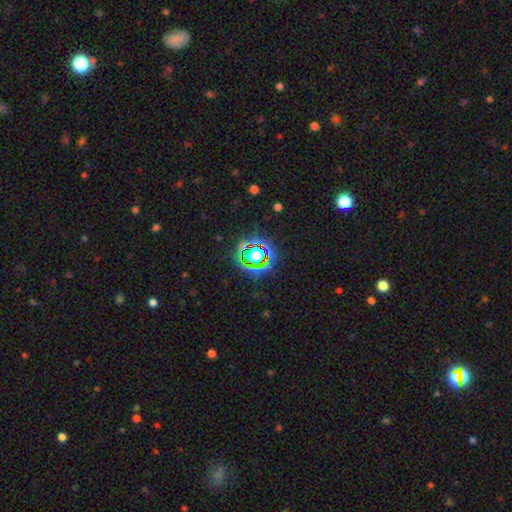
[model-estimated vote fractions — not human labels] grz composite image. It shows a star or artifact, not a galaxy (64%).